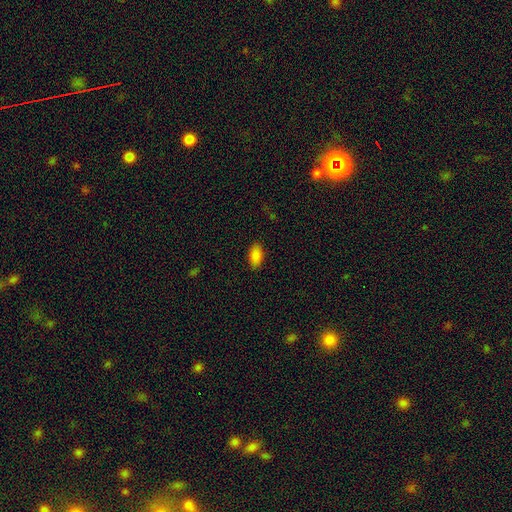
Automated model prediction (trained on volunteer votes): A smooth galaxy with no disk features (87%) that is in between round and cigar-shaped (93%). Merging: none (87%).